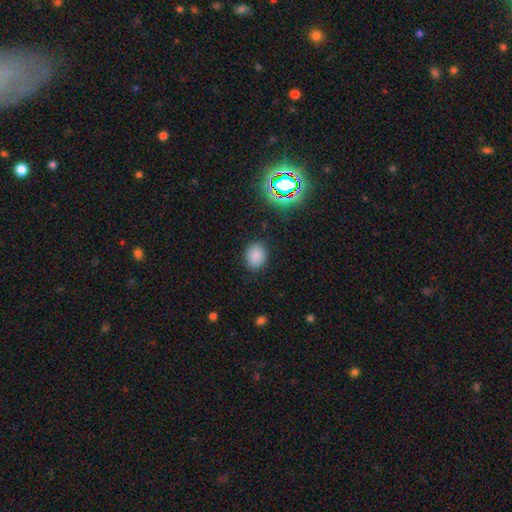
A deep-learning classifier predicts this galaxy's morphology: A smooth galaxy with no disk features (83%) that is round (51%). Merging: none (86%).